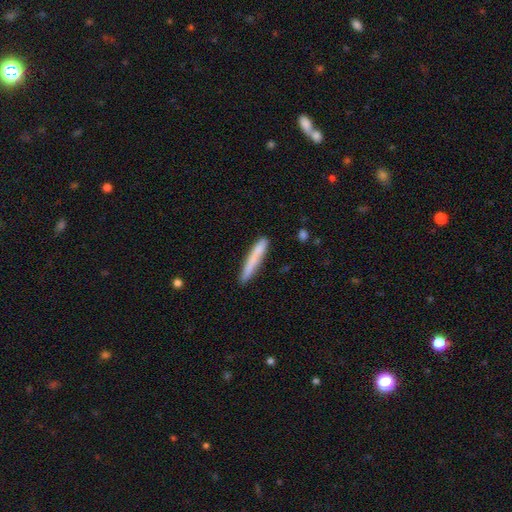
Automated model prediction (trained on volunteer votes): smooth-or-featured: smooth: 70% | featured or disk: 23% | star or artifact: 7%
  how-rounded: cigar-shaped: 96% | in between: 3% | round: 1%
  merging: none: 86% | minor disturbance: 10% | merger: 2% | major disturbance: 2%